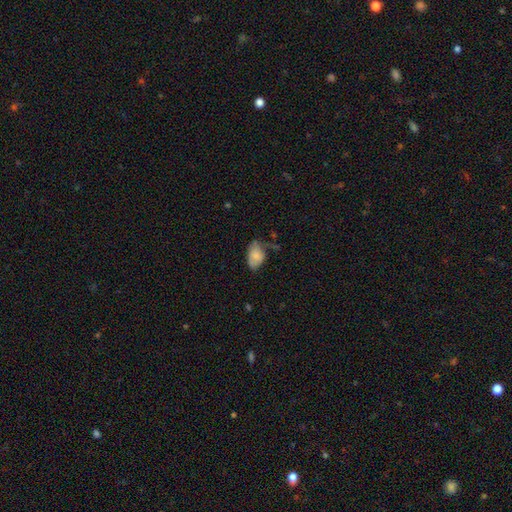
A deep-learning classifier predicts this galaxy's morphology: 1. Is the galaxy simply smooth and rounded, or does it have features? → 77% smooth, 15% featured or disk, 8% star or artifact.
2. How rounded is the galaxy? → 91% in between, 8% round, 2% cigar-shaped.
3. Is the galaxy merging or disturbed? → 43% none, 37% minor disturbance, 15% major disturbance, 5% merger.